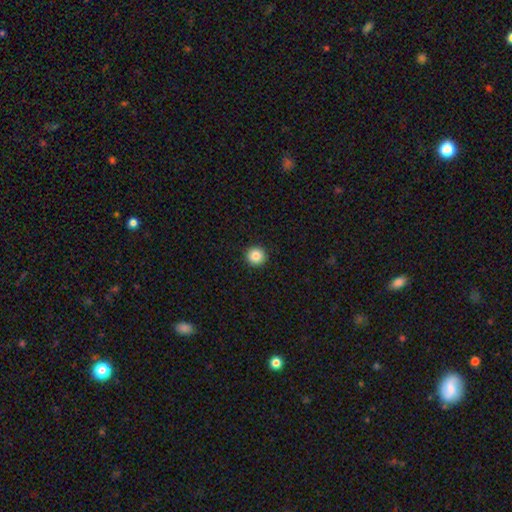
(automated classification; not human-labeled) Smooth or featured? Predicted: smooth (p=0.86). How rounded? Predicted: round (p=0.96). Merging? Predicted: none (p=0.93).